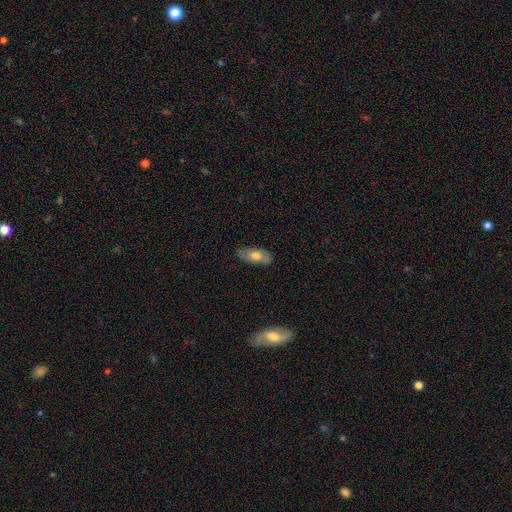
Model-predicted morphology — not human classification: A smooth galaxy with no disk features (58%) that is in between round and cigar-shaped (85%).

Vote fractions:
- Smooth or featured? smooth: 58% / featured or disk: 35% / star or artifact: 7%
- How rounded? in between: 85% / cigar-shaped: 11% / round: 4%
- Merging? none: 81% / minor disturbance: 15% / major disturbance: 3% / merger: 1%